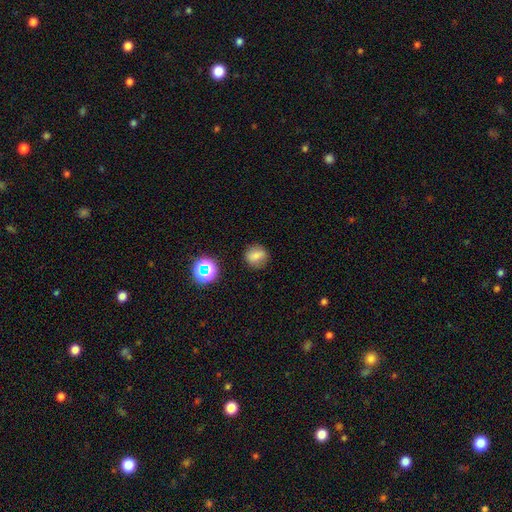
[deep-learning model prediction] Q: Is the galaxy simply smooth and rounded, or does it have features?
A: smooth — 74%.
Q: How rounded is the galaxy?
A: round — 74%.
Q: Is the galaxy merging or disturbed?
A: none — 82%.